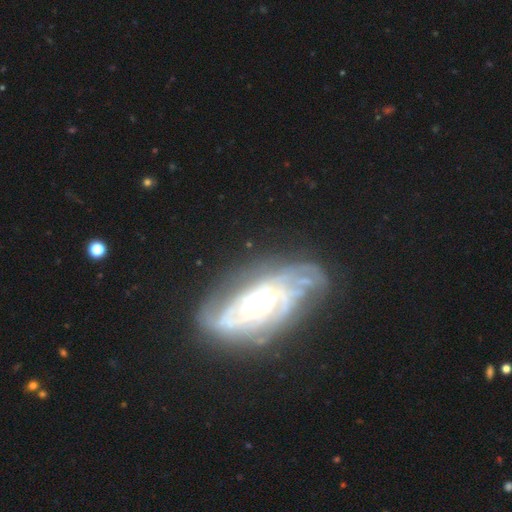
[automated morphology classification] Smooth or featured: featured or disk — 81% (smooth — 12%)
Edge-on disk: no — 88% (yes — 12%)
Bar: no — 69% (weak — 23%)
Spiral arms: yes — 90% (no — 10%)
Spiral winding: tight — 66% (medium — 26%)
Spiral arm count: can't tell — 42% (2 — 25%)
Bulge size: moderate — 50% (small — 39%)
Merging: none — 74% (minor disturbance — 17%)